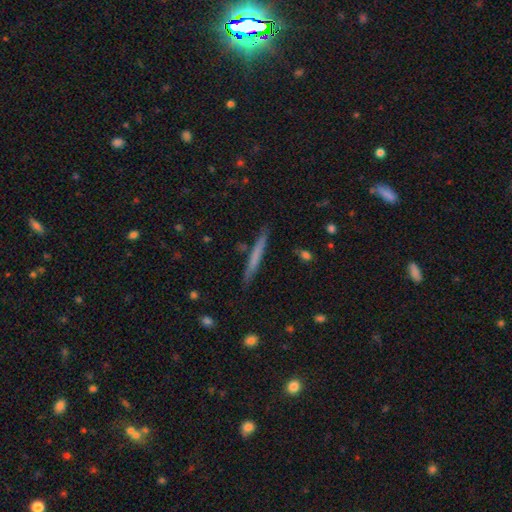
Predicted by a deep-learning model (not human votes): Q: Smooth or featured?
A: smooth (60%); runner-up: featured or disk (34%)
Q: How rounded?
A: cigar-shaped (97%); runner-up: in between (2%)
Q: Merging?
A: none (88%); runner-up: minor disturbance (8%)